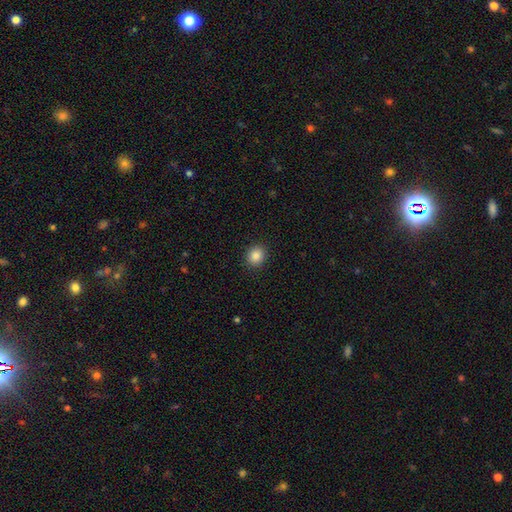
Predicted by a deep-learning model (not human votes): The model was most divided on "how rounded": round: 81%, in between: 18%, cigar-shaped: 1%. More confident: merging — none (91%); smooth or featured — smooth (86%).